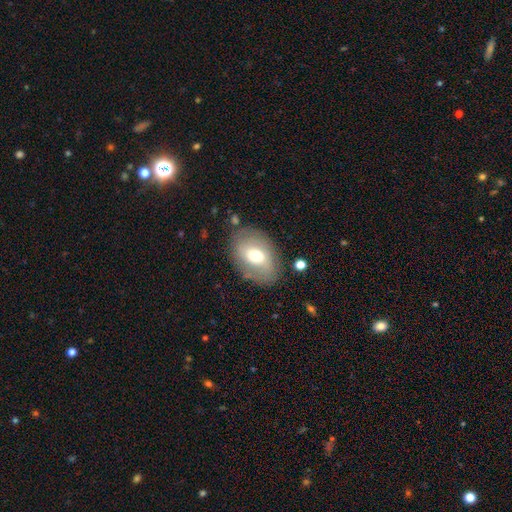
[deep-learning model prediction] Morphology: type=smooth (58%); roundness=in between (79%); merging=none (77%).